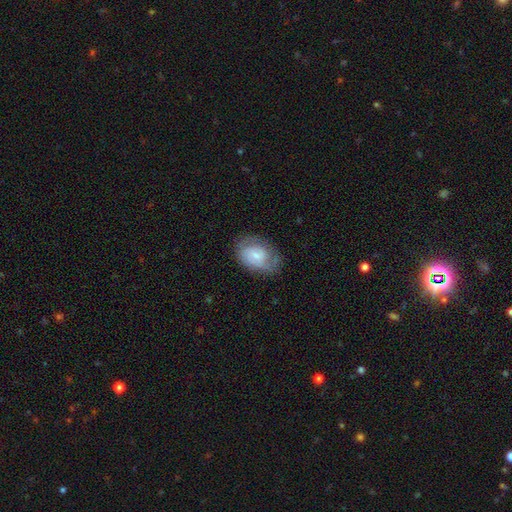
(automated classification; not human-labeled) The model was most divided on "smooth or featured": featured or disk: 49%, smooth: 44%, star or artifact: 7%. More confident: merging — none (61%).